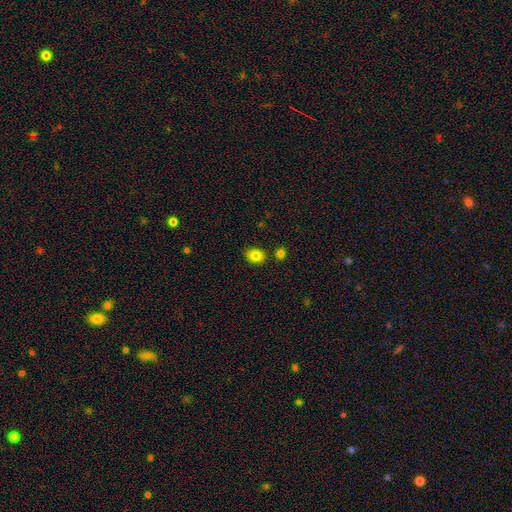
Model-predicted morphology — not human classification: type=smooth (82%); roundness=in between (52%); merging=none (81%).